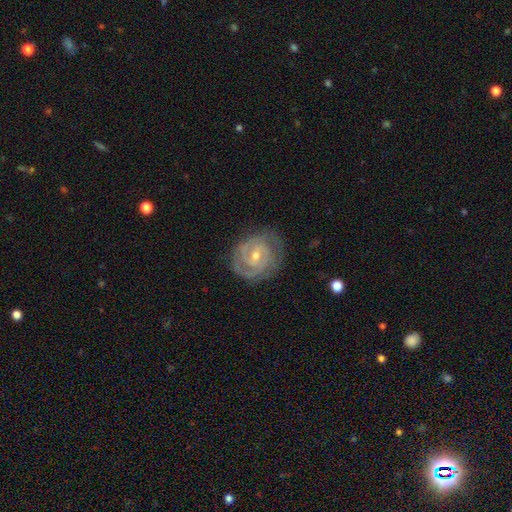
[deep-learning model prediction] smooth_or_featured: featured or disk (p=0.87) [alt: smooth p=0.08]
disk_edge_on: no (p=0.97) [alt: yes p=0.03]
bar: weak (p=0.44) [alt: no p=0.43]
has_spiral_arms: yes (p=0.96) [alt: no p=0.04]
spiral_winding: tight (p=0.74) [alt: medium p=0.22]
spiral_arm_count: 2 (p=0.53) [alt: 3 p=0.18]
bulge_size: small (p=0.59) [alt: moderate p=0.38]
merging: none (p=0.79) [alt: minor disturbance p=0.15]